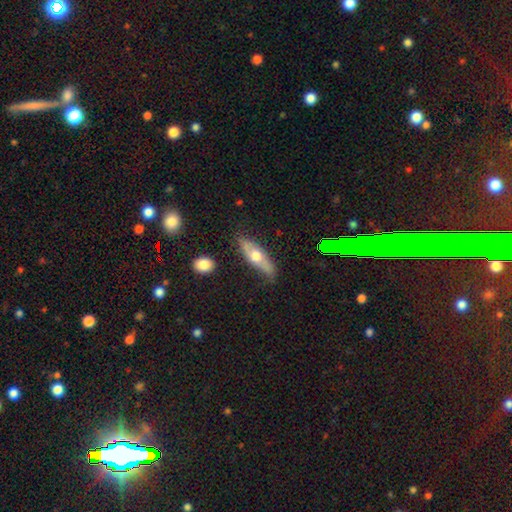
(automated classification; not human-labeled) Smooth or featured? smooth (48%)
Merging? none (74%)